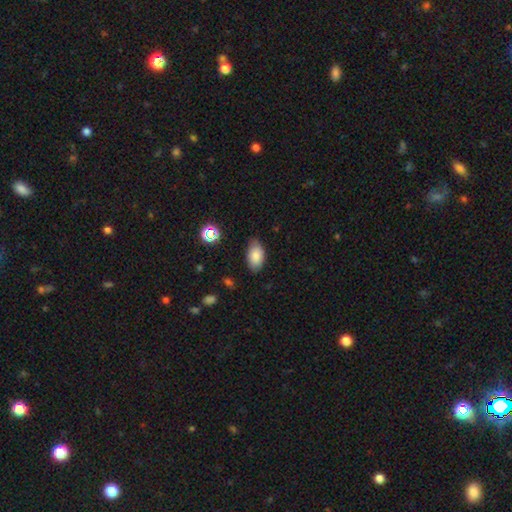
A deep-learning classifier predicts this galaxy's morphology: Overall: smooth (83%). How rounded: in between (94%). Merging: none (79%).